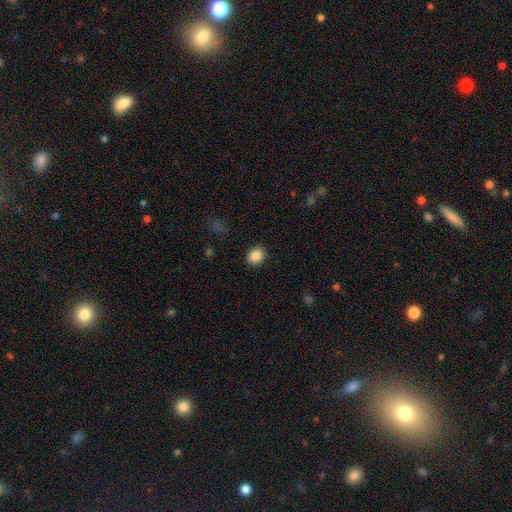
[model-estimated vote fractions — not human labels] Smooth or featured? smooth (87%)
How rounded? round (64%)
Merging? none (90%)